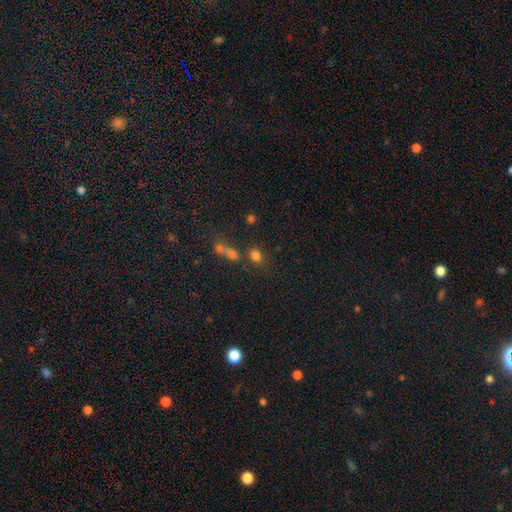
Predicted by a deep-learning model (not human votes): smooth-or-featured: smooth: 75% | star or artifact: 17% | featured or disk: 8%
  how-rounded: in between: 61% | round: 36% | cigar-shaped: 3%
  merging: none: 58% | merger: 24% | minor disturbance: 12% | major disturbance: 7%